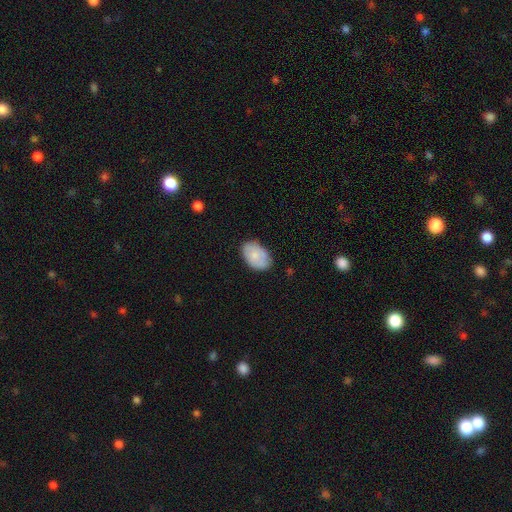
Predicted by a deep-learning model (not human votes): Smooth or featured: smooth — 77% (featured or disk — 17%)
How rounded: in between — 90% (round — 9%)
Merging: none — 75% (minor disturbance — 20%)